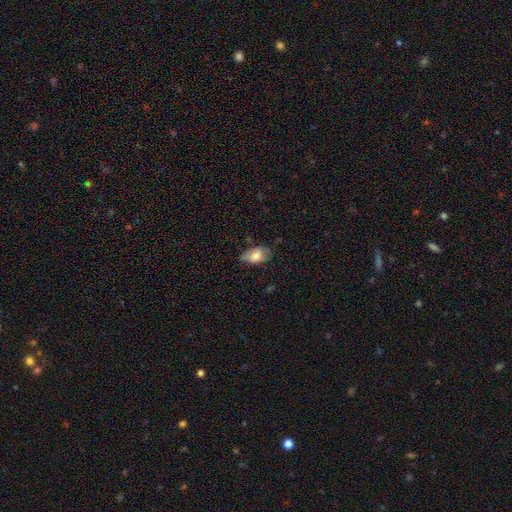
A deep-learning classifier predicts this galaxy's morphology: A smooth galaxy with no disk features (76%) that is in between round and cigar-shaped (91%).

Vote fractions:
- Smooth or featured? smooth: 76% / featured or disk: 17% / star or artifact: 7%
- How rounded? in between: 91% / round: 7% / cigar-shaped: 2%
- Merging? none: 63% / minor disturbance: 28% / major disturbance: 7% / merger: 2%